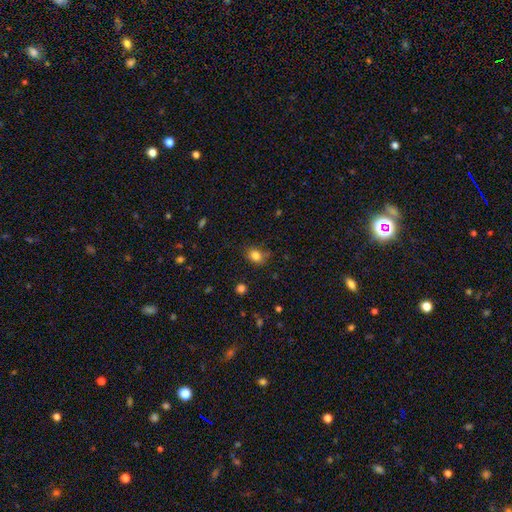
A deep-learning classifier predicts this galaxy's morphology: smooth-or-featured: smooth: 81% | star or artifact: 12% | featured or disk: 7%
  how-rounded: round: 53% | in between: 46% | cigar-shaped: 1%
  merging: none: 70% | minor disturbance: 22% | major disturbance: 5% | merger: 2%